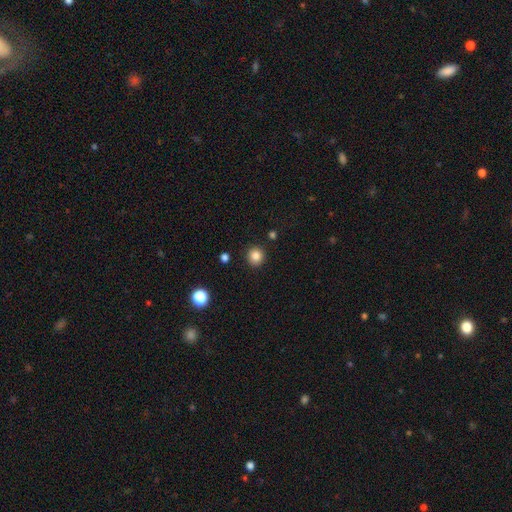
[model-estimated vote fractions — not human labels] Q: Smooth or featured?
A: smooth (84%); runner-up: star or artifact (11%)
Q: How rounded?
A: round (93%); runner-up: in between (6%)
Q: Merging?
A: none (91%); runner-up: minor disturbance (6%)